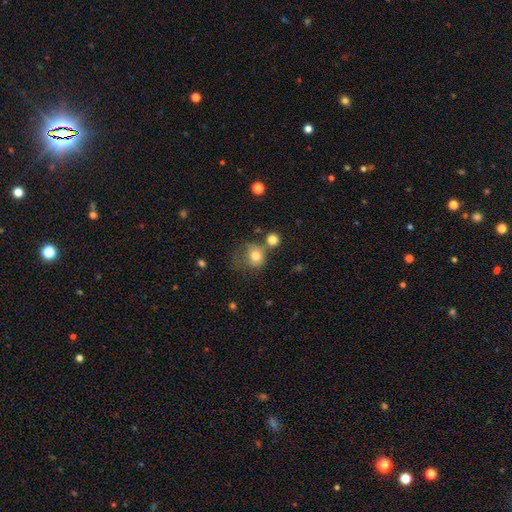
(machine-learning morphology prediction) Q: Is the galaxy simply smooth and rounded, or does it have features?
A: smooth — 75%.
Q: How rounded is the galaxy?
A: round — 72%.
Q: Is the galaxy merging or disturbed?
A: none — 38%.